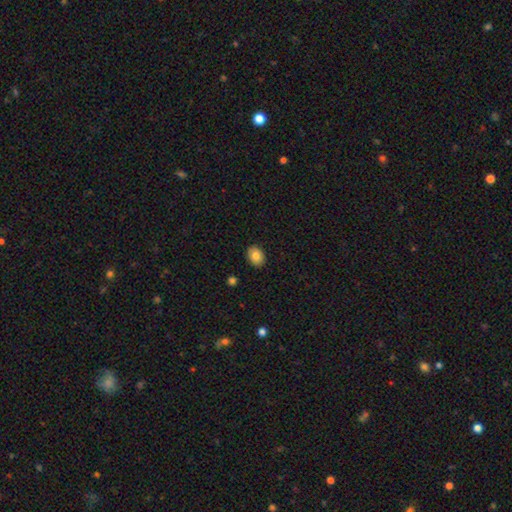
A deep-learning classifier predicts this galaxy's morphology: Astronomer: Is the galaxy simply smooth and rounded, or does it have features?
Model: smooth — 85%.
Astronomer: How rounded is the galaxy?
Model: in between — 68%.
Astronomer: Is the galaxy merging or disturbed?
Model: none — 90%.